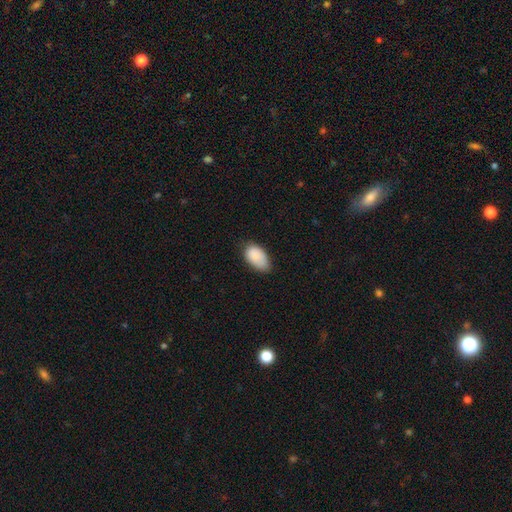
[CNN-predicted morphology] Overall: smooth (87%). How rounded: in between (94%). Merging: none (59%; minor disturbance 34%).